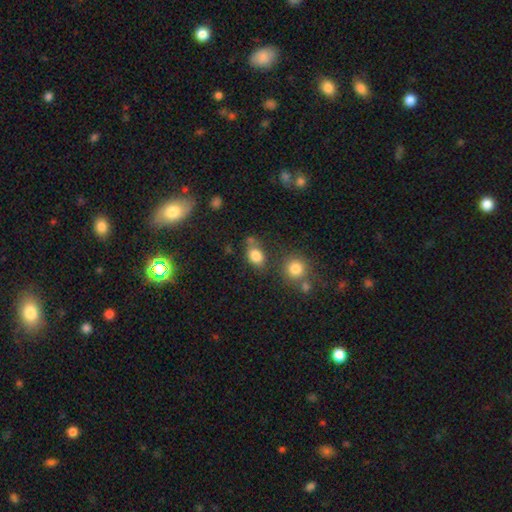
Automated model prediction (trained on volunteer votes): Overall: smooth (82%). How rounded: in between (73%). Merging: none (62%).